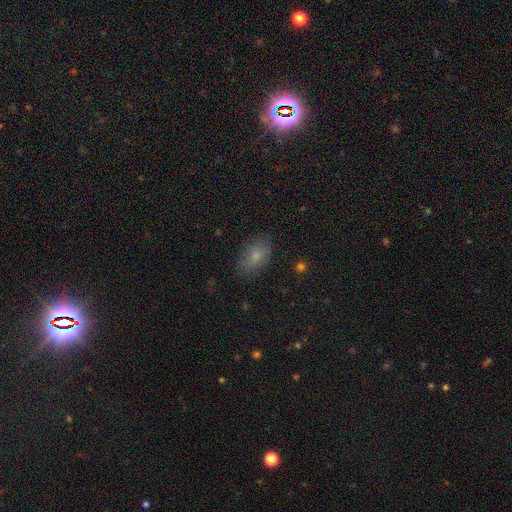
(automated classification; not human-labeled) Morphology: type=smooth (75%); roundness=in between (87%); merging=none (77%).